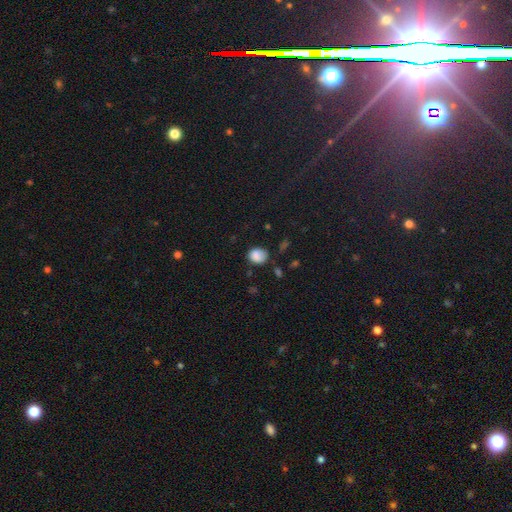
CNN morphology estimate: type=smooth (85%); roundness=round (57%); merging=none (64%).